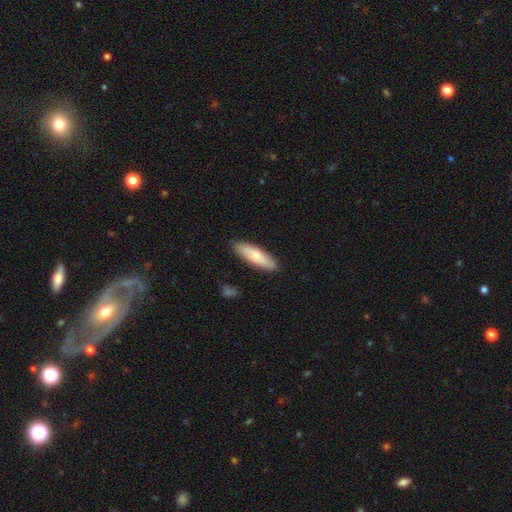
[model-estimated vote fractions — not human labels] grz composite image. It shows a smooth galaxy with no disk features (74%) that is cigar-shaped (55%). Merging: none (87%).